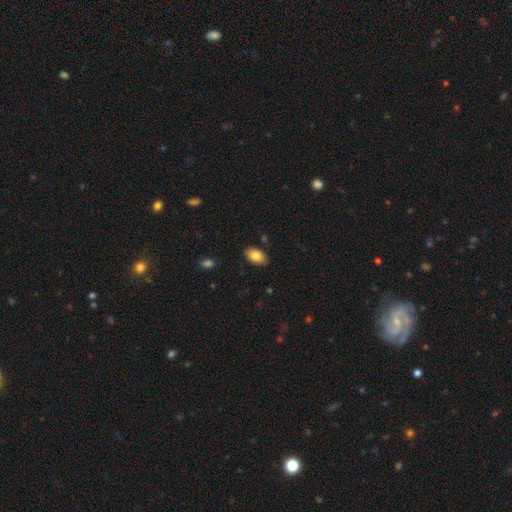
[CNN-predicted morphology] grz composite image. It shows a smooth galaxy with no disk features (82%) that is in between round and cigar-shaped (92%). Merging: none (85%).